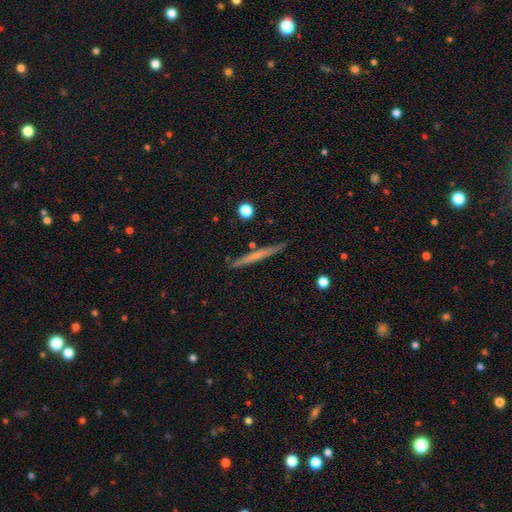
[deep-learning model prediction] smooth-or-featured: smooth: 48% | featured or disk: 46% | star or artifact: 7%
  merging: none: 89% | minor disturbance: 7% | merger: 2% | major disturbance: 1%